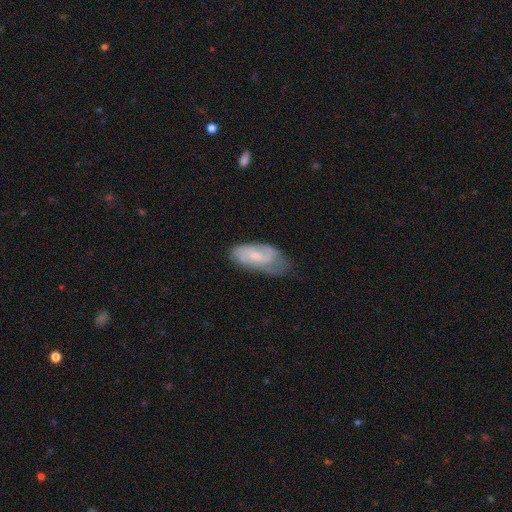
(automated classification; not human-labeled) Smooth or featured? featured or disk (57%)
Edge-on disk? no (93%)
Bar? no (55%)
Spiral arms? yes (83%)
Bulge size? small (57%)
Merging? none (49%)